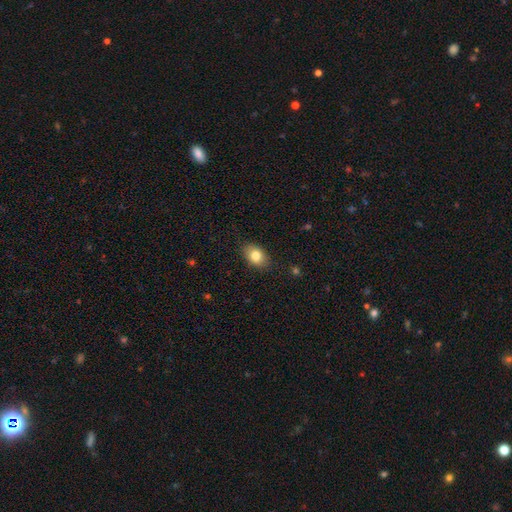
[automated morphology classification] This appears to be a smooth galaxy with no disk features (81%) that is in between round and cigar-shaped (82%). Merging: none (85%).